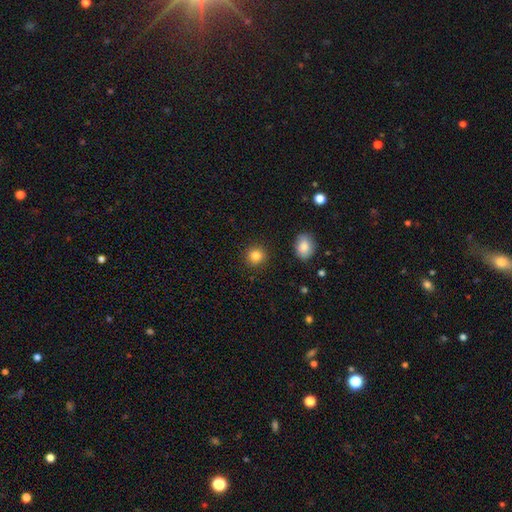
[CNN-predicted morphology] smooth_or_featured: smooth (p=0.85) [alt: star or artifact p=0.10]
how_rounded: round (p=0.89) [alt: in between p=0.10]
merging: none (p=0.90) [alt: minor disturbance p=0.06]